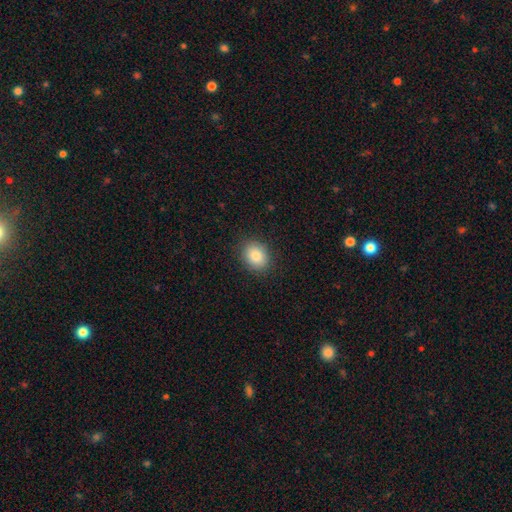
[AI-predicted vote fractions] Smooth or featured: smooth — 86% (star or artifact — 8%)
How rounded: in between — 52% (round — 47%)
Merging: none — 89% (minor disturbance — 8%)